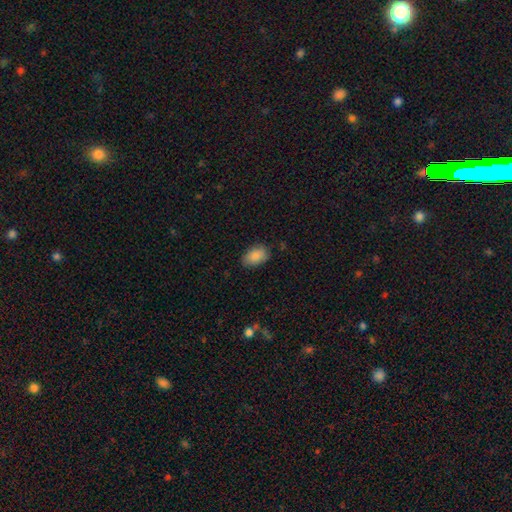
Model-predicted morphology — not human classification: Smooth or featured? smooth (88%)
How rounded? in between (90%)
Merging? none (83%)